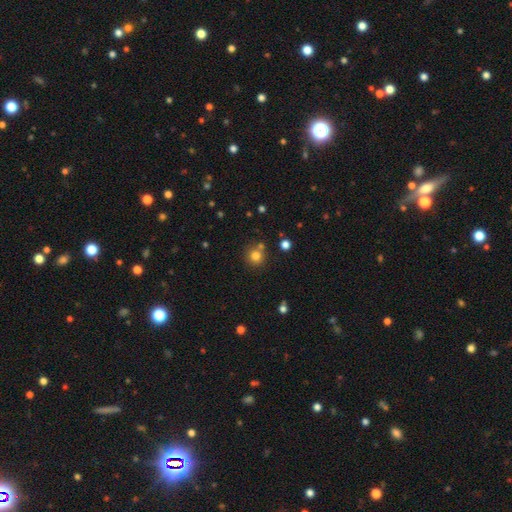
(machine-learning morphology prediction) A smooth galaxy with no disk features (79%) that is round (92%).

Vote fractions:
- Smooth or featured? smooth: 79% / star or artifact: 14% / featured or disk: 7%
- How rounded? round: 92% / in between: 7% / cigar-shaped: 1%
- Merging? none: 74% / merger: 14% / minor disturbance: 9% / major disturbance: 3%